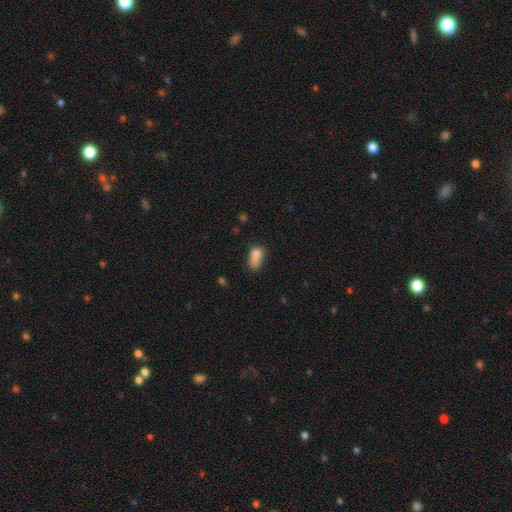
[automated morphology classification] Smooth or featured: smooth — 80% (star or artifact — 11%)
How rounded: in between — 83% (round — 9%)
Merging: none — 38% (minor disturbance — 33%)